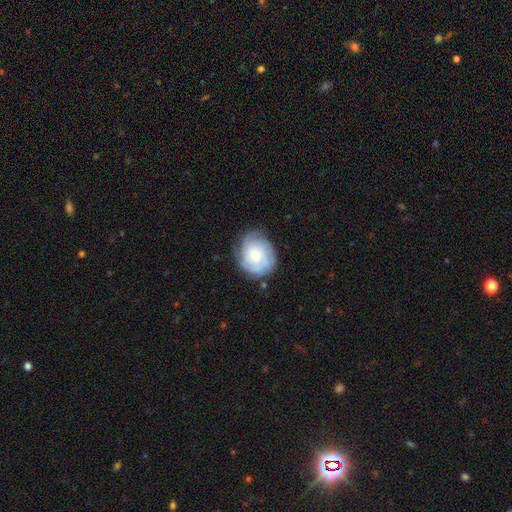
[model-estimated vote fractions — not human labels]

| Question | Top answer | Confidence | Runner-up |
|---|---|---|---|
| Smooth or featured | featured or disk | 47% | smooth (46%) |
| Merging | none | 70% | minor disturbance (22%) |